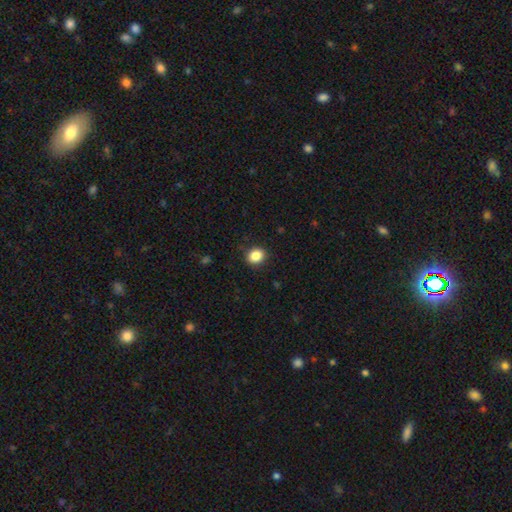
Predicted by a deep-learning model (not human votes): The model was most divided on "how rounded": round: 65%, in between: 34%, cigar-shaped: 1%. More confident: merging — none (89%); smooth or featured — smooth (86%).